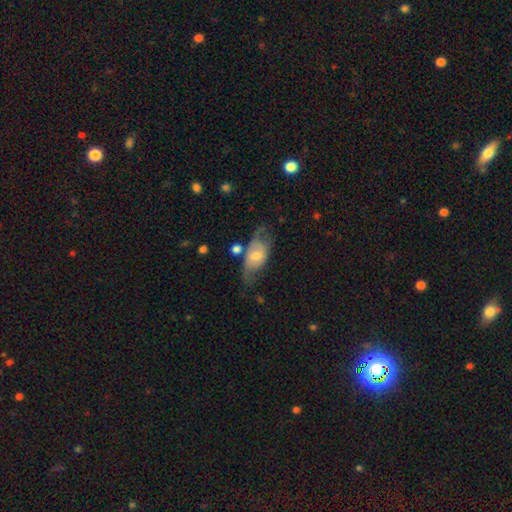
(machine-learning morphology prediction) smooth_or_featured: smooth (p=0.49) [alt: featured or disk p=0.44]
merging: none (p=0.41) [alt: minor disturbance p=0.29]